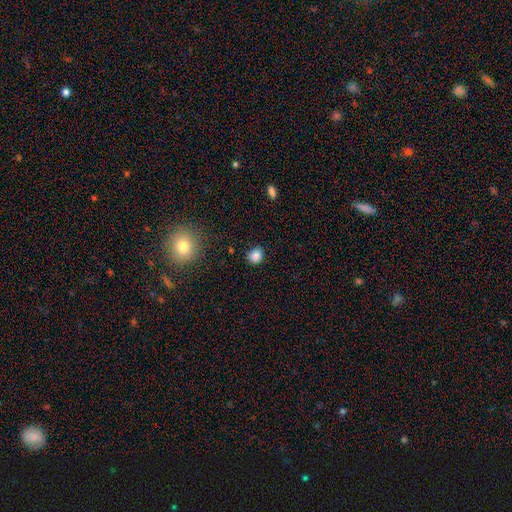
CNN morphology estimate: Smooth or featured? smooth (85%)
How rounded? round (69%)
Merging? none (82%)